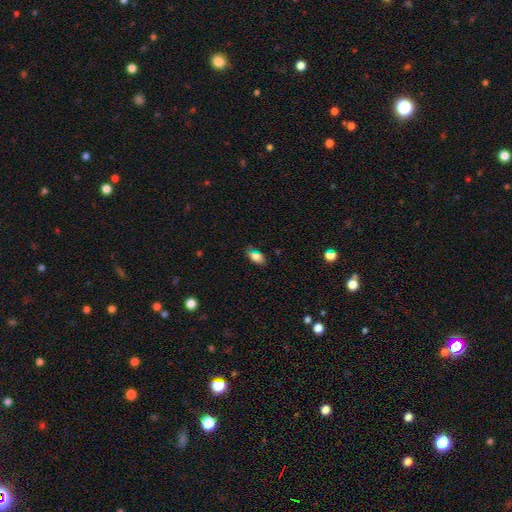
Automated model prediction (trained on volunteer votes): Smooth or featured? Predicted: smooth (p=0.77). How rounded? Predicted: in between (p=0.89). Merging? Predicted: none (p=0.75).